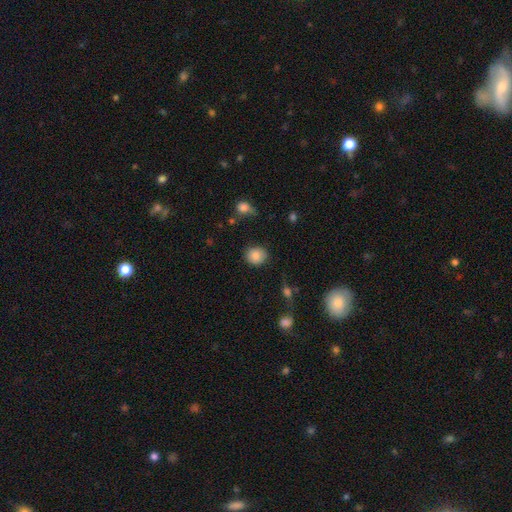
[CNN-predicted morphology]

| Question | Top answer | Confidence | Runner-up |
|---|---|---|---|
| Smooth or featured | smooth | 84% | star or artifact (9%) |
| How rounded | round | 76% | in between (23%) |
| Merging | none | 85% | minor disturbance (11%) |